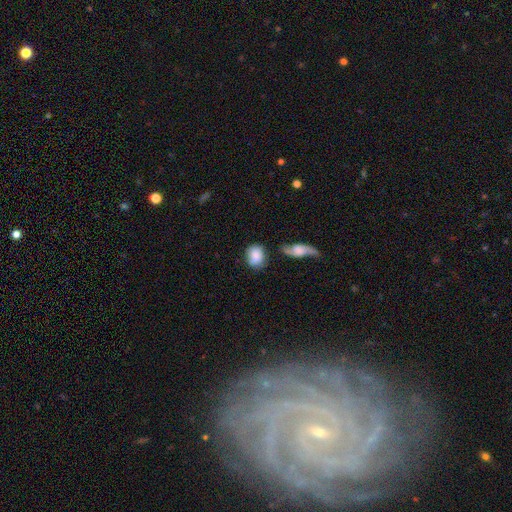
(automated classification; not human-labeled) Smooth or featured? smooth (81%)
How rounded? round (57%)
Merging? none (59%)